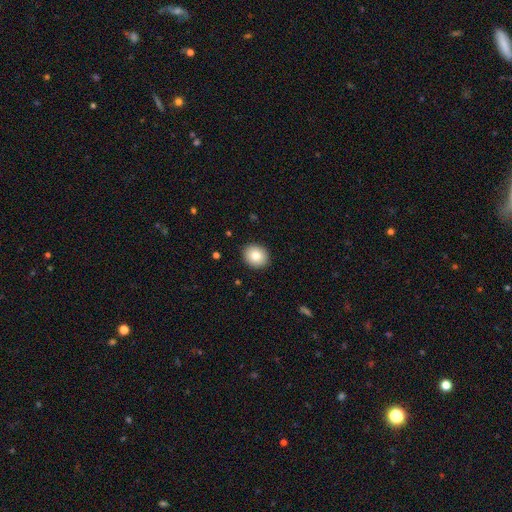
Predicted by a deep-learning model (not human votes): This appears to be a smooth galaxy with no disk features (81%) that is round (71%). Merging: none (91%).